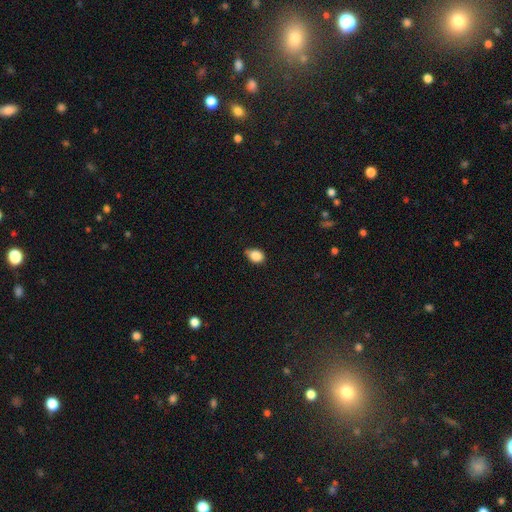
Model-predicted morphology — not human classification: Smooth or featured? smooth (87%)
How rounded? in between (65%)
Merging? none (63%)